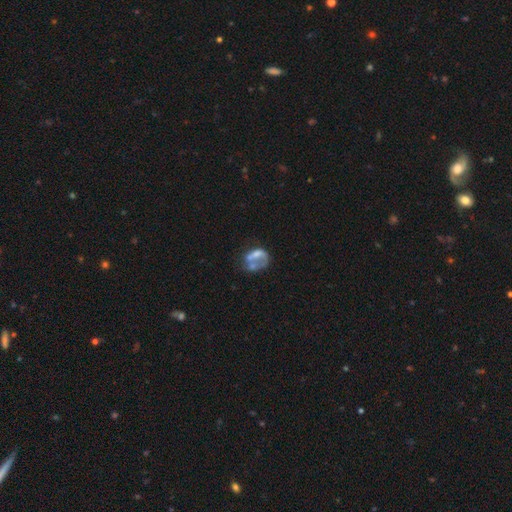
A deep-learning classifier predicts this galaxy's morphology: Smooth or featured?
  - featured or disk: 49% *
  - smooth: 40%
  - star or artifact: 11%
Merging?
  - major disturbance: 32% *
  - merger: 27%
  - none: 26%
  - minor disturbance: 15%